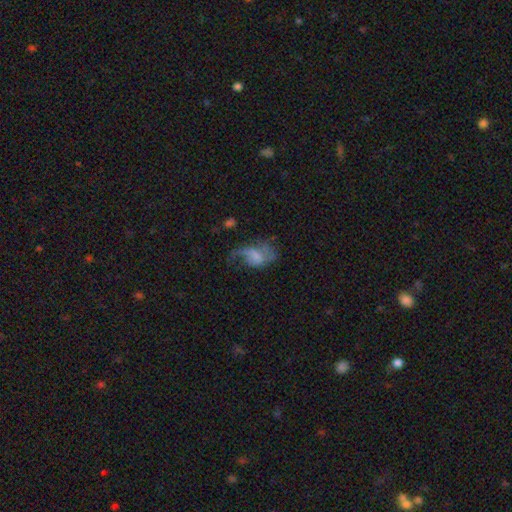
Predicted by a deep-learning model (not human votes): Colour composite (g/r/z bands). It shows a featured or disk galaxy (55%) with no bar (55%), spiral arms (68%) and no central bulge (49%). Merging: major disturbance (51%).